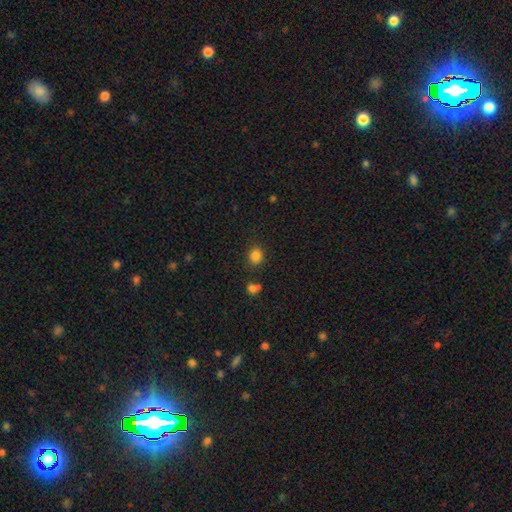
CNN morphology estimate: Smooth or featured? Predicted: smooth (p=0.84). How rounded? Predicted: round (p=0.69). Merging? Predicted: none (p=0.82).